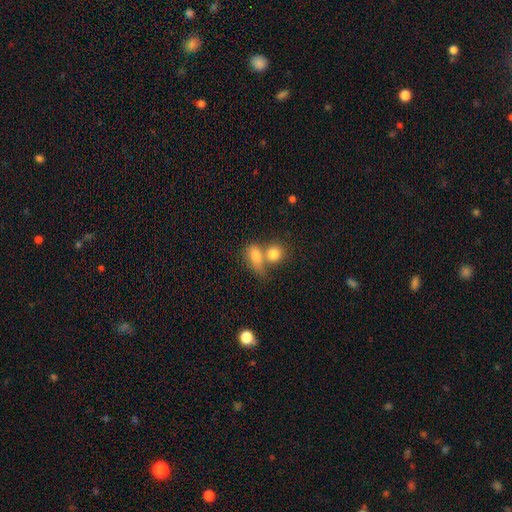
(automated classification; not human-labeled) Smooth or featured? smooth (78%)
How rounded? in between (66%)
Merging? merger (61%)